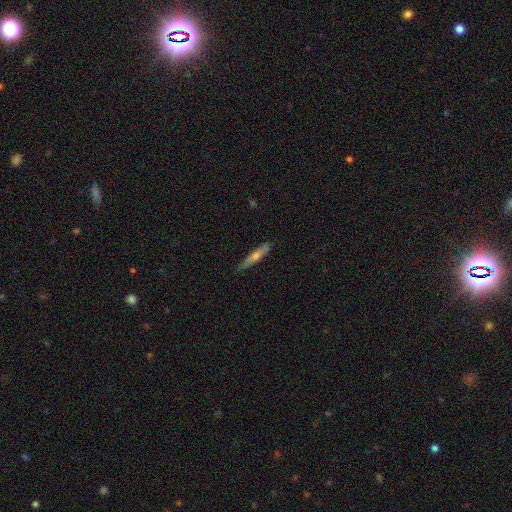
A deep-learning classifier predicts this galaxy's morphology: smooth_or_featured: featured or disk (p=0.56) [alt: smooth p=0.37]
disk_edge_on: yes (p=0.92) [alt: no p=0.08]
edge_on_bulge: rounded (p=0.78) [alt: none p=0.18]
merging: none (p=0.87) [alt: minor disturbance p=0.10]